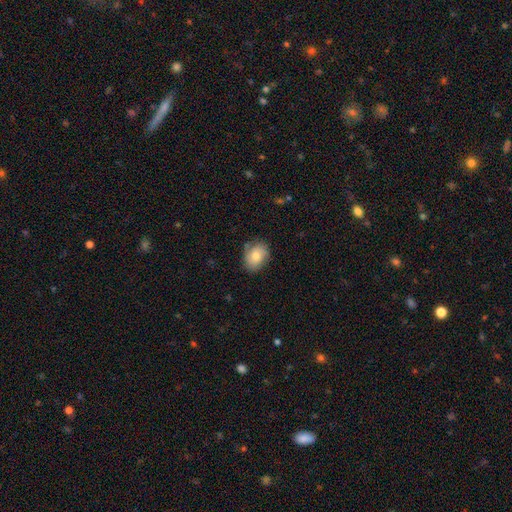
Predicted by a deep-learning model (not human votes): Smooth or featured? Predicted: smooth (p=0.70). How rounded? Predicted: in between (p=0.59). Merging? Predicted: none (p=0.74).